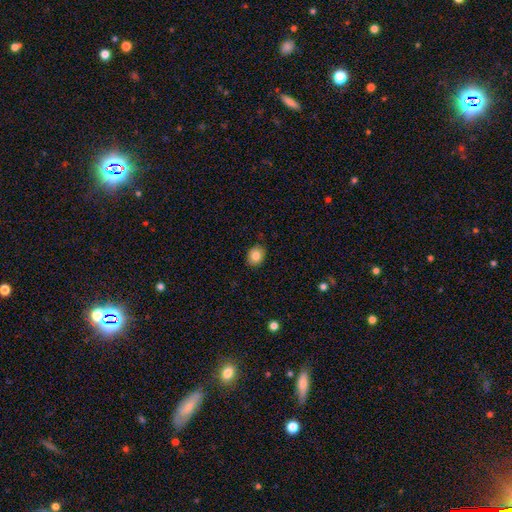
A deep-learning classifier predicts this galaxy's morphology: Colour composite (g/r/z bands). It shows a smooth galaxy with no disk features (84%) that is round (57%). Merging: none (87%).